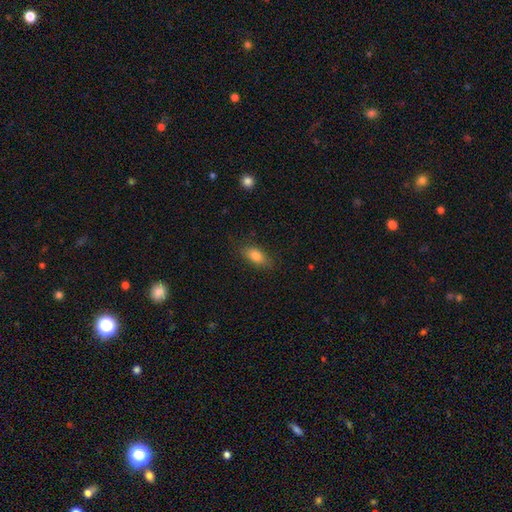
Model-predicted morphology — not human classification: Overall: smooth (82%). How rounded: in between (85%). Merging: none (82%).